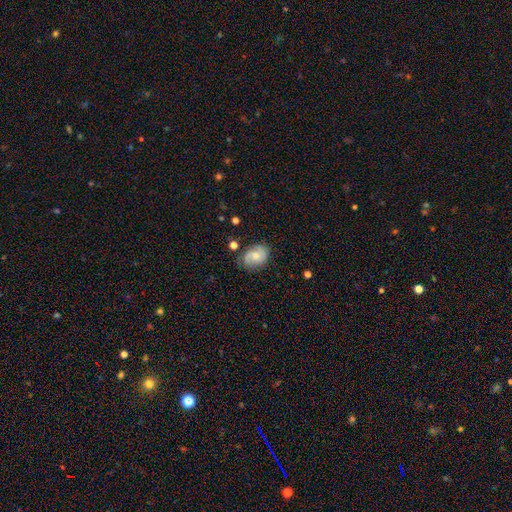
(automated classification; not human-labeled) Overall: featured or disk (46%, tied with smooth). Merging: none (71%).